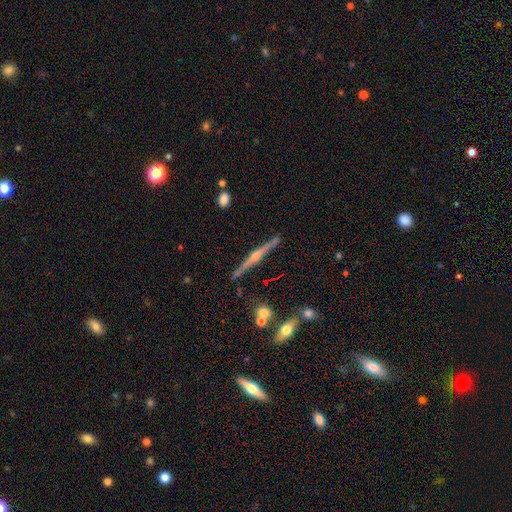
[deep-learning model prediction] Smooth or featured? featured or disk (82%)
Edge-on disk? yes (98%)
Edge-on bulge? rounded (88%)
Merging? none (88%)